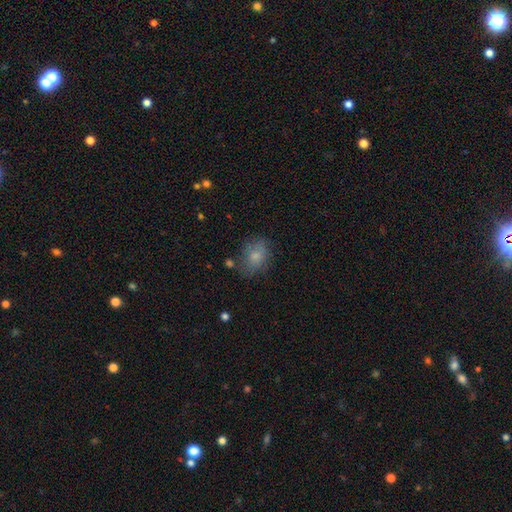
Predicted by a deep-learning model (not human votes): Overall: smooth (76%). How rounded: in between (66%; round 33%). Merging: none (65%).